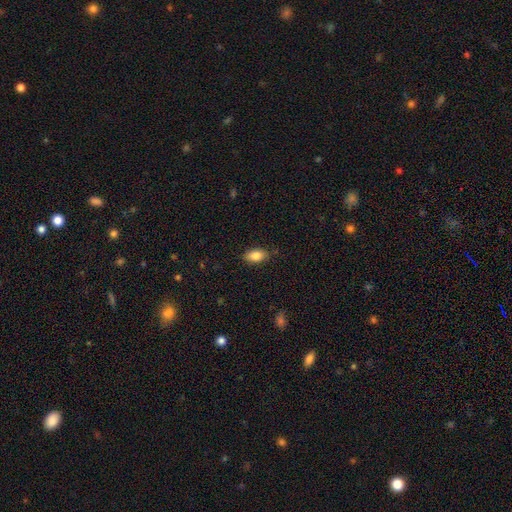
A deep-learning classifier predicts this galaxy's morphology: Smooth or featured?
  - smooth: 85% *
  - star or artifact: 8%
  - featured or disk: 8%
How rounded?
  - in between: 90% *
  - round: 7%
  - cigar-shaped: 3%
Merging?
  - none: 84% *
  - minor disturbance: 12%
  - major disturbance: 3%
  - merger: 1%